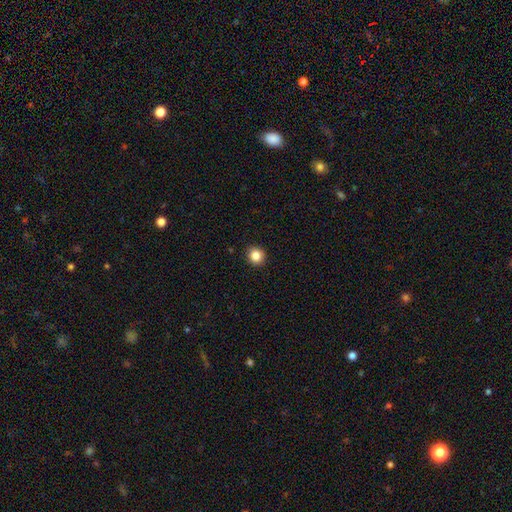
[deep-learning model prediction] Smooth or featured: smooth — 84% (star or artifact — 11%)
How rounded: round — 88% (in between — 11%)
Merging: none — 92% (minor disturbance — 5%)